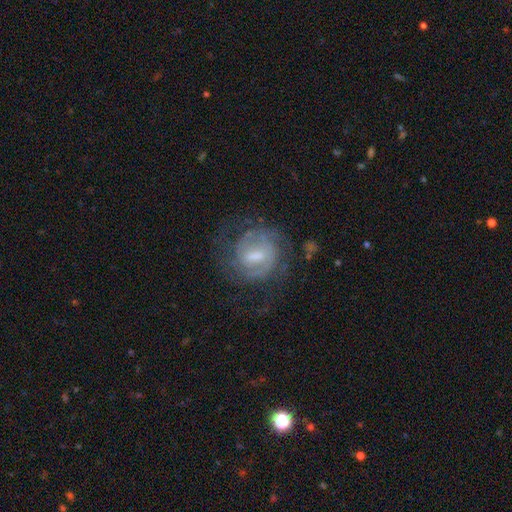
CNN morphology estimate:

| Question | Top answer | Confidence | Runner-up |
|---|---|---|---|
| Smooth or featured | featured or disk | 79% | smooth (14%) |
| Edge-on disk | no | 97% | yes (3%) |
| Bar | weak | 56% | strong (28%) |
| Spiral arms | yes | 90% | no (10%) |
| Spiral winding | tight | 51% | medium (38%) |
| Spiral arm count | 2 | 53% | can't tell (28%) |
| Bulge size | small | 42% | moderate (39%) |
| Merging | none | 67% | minor disturbance (18%) |